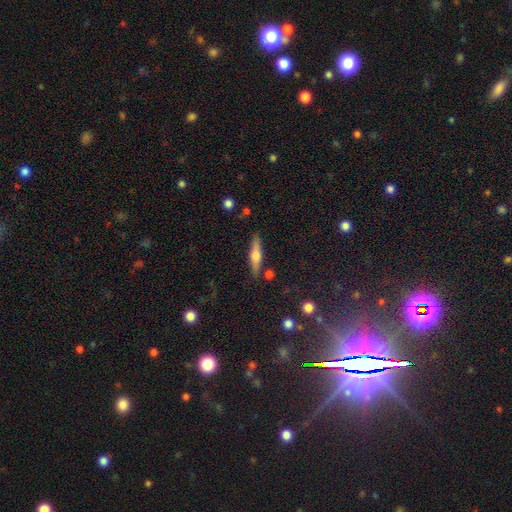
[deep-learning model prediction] Q: Smooth or featured?
A: featured or disk (53%); runner-up: smooth (40%)
Q: Edge-on disk?
A: yes (95%); runner-up: no (5%)
Q: Edge-on bulge?
A: rounded (88%); runner-up: boxy (7%)
Q: Merging?
A: none (85%); runner-up: minor disturbance (10%)